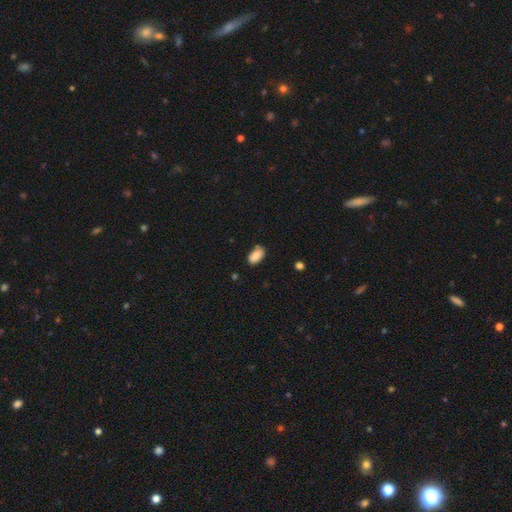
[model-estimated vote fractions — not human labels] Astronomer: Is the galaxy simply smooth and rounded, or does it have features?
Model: smooth — 88%.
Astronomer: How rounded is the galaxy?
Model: in between — 93%.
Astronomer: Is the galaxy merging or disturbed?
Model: none — 75%.